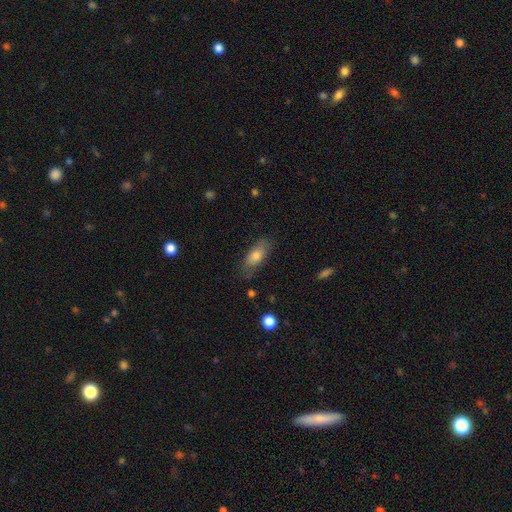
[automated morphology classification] smooth-or-featured: smooth: 73% | featured or disk: 20% | star or artifact: 7%
  how-rounded: in between: 76% | cigar-shaped: 21% | round: 3%
  merging: none: 75% | minor disturbance: 18% | major disturbance: 5% | merger: 2%